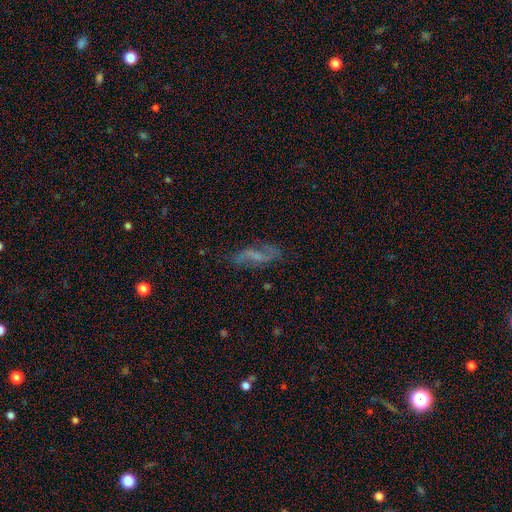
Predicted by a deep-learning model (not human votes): Morphology: type=featured or disk (65%); edge-on=no (86%); bar=weak (45%); spiral arms=yes (85%); bulge=small (47%); merging=none (71%).